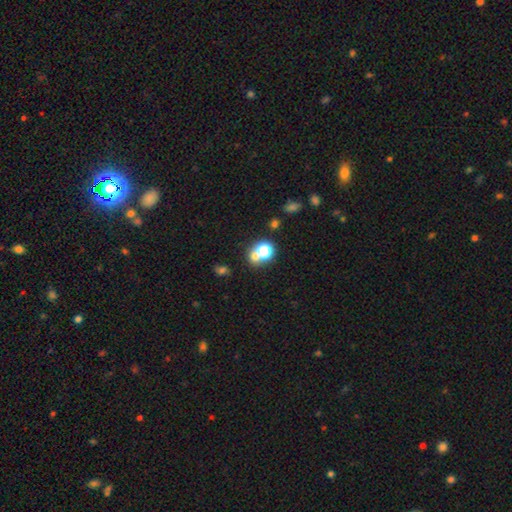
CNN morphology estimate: Smooth or featured?
  - smooth: 60% *
  - star or artifact: 28%
  - featured or disk: 12%
How rounded?
  - round: 73% *
  - in between: 26%
  - cigar-shaped: 1%
Merging?
  - none: 47% *
  - merger: 39%
  - minor disturbance: 8%
  - major disturbance: 5%